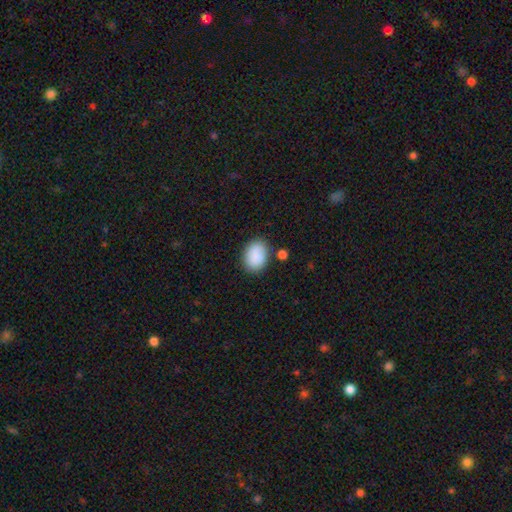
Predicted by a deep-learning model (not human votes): Morphology: type=smooth (88%); roundness=in between (76%); merging=none (78%).